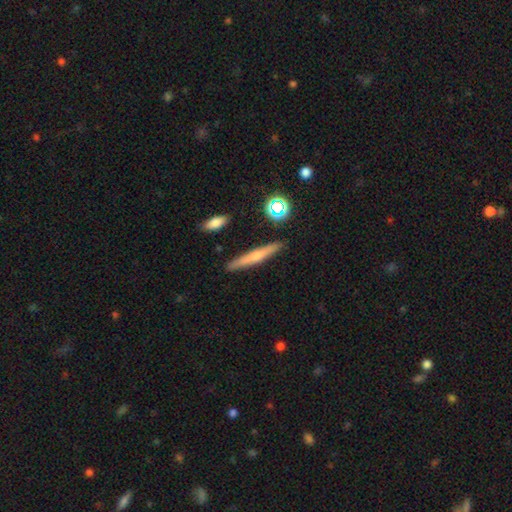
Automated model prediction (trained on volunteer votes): This appears to be a smooth galaxy with no disk features (49%). Merging: none (89%).